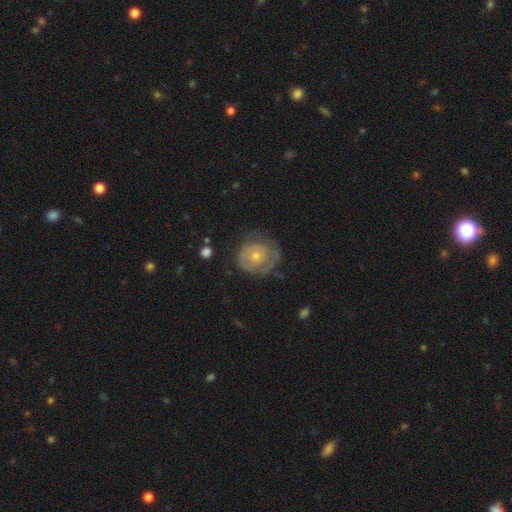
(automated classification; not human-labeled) smooth_or_featured: featured or disk (p=0.66) [alt: smooth p=0.27]
disk_edge_on: no (p=0.97) [alt: yes p=0.03]
bar: no (p=0.83) [alt: weak p=0.14]
has_spiral_arms: yes (p=0.76) [alt: no p=0.24]
bulge_size: small (p=0.56) [alt: moderate p=0.39]
merging: none (p=0.70) [alt: minor disturbance p=0.20]